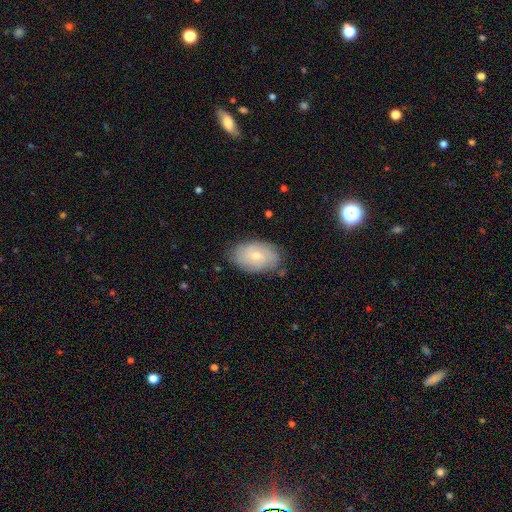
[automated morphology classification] A smooth galaxy with no disk features (62%) that is in between round and cigar-shaped (90%). Merging: none (77%).